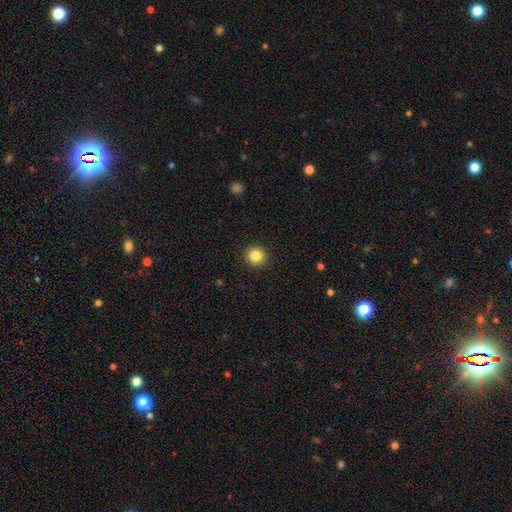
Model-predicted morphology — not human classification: Q: Smooth or featured?
A: smooth (84%); runner-up: star or artifact (11%)
Q: How rounded?
A: round (94%); runner-up: in between (5%)
Q: Merging?
A: none (93%); runner-up: minor disturbance (5%)